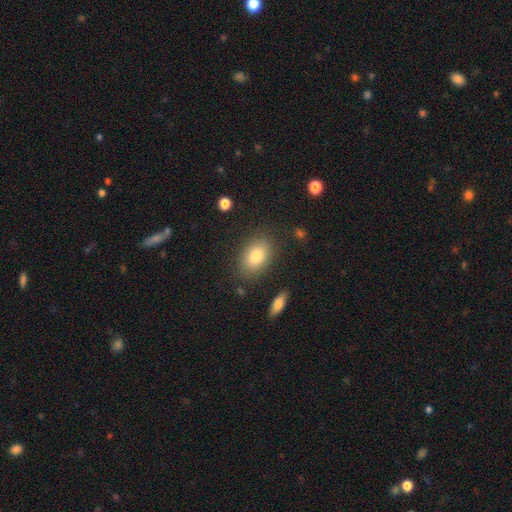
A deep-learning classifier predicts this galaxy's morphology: smooth 80%, featured or disk 12%, star or artifact 8%. Down the decision tree: how rounded — in between (81%); merging — none (83%).